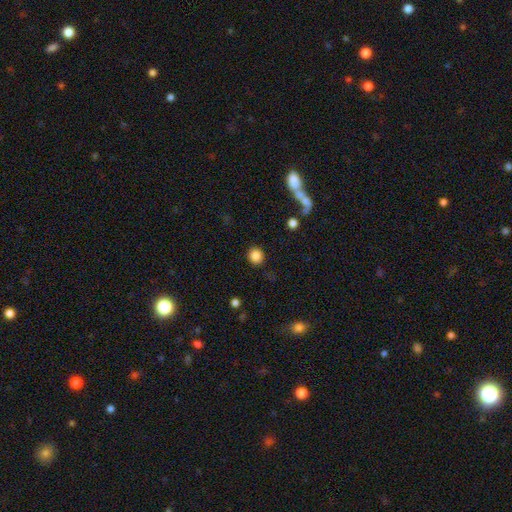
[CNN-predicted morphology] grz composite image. It shows a smooth galaxy with no disk features (86%) that is round (86%). Merging: none (88%).